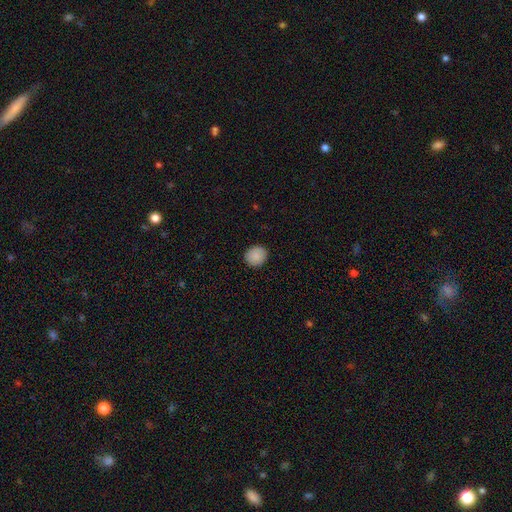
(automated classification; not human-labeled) This is clearly a smooth galaxy (89%). How rounded: clearly round (86%). Merging: clearly none (91%).